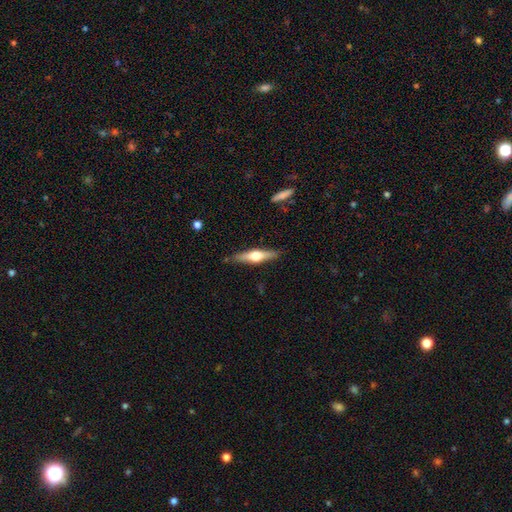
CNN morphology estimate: This is likely a featured or disk galaxy (62%). It is clearly viewed edge-on (96%). Edge-on bulge: clearly rounded (93%). Merging: clearly none (86%).